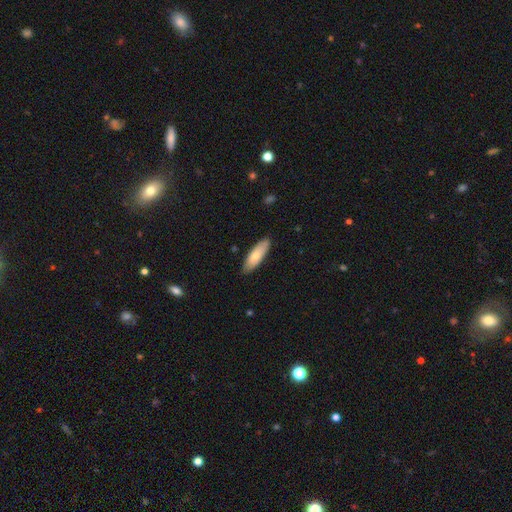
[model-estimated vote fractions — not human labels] A smooth galaxy with no disk features (74%) that is in between round and cigar-shaped (59%).

Vote fractions:
- Smooth or featured? smooth: 74% / featured or disk: 21% / star or artifact: 5%
- How rounded? in between: 59% / cigar-shaped: 39% / round: 2%
- Merging? none: 85% / minor disturbance: 12% / major disturbance: 2% / merger: 1%